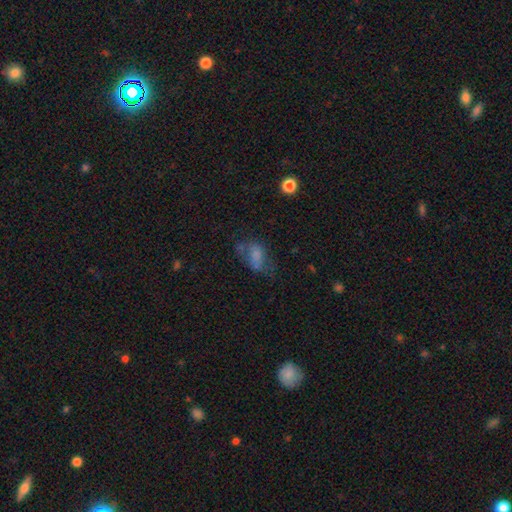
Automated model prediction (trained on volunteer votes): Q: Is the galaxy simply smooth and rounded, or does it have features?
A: smooth — 58%.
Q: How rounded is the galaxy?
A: in between — 84%.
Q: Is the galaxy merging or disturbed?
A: none — 36%.